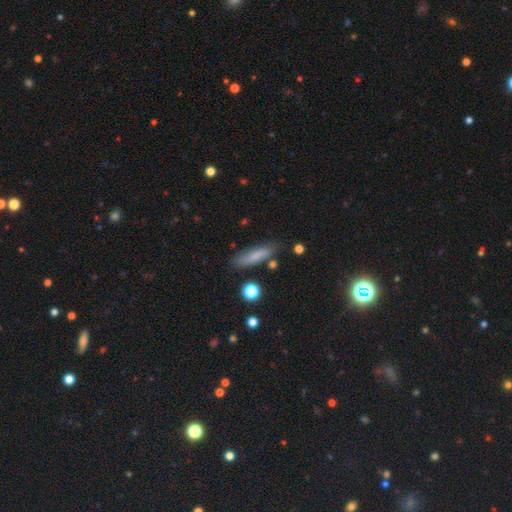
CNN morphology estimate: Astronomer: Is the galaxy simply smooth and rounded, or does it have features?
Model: smooth — 78%.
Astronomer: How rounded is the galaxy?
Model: cigar-shaped — 74%.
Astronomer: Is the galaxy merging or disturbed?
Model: none — 80%.